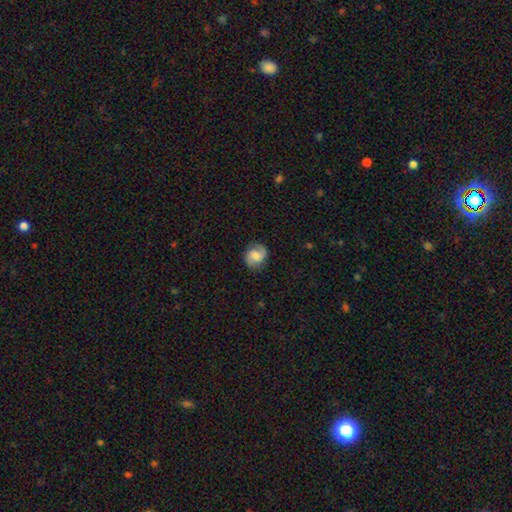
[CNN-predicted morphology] smooth_or_featured: featured or disk (p=0.54) [alt: smooth p=0.38]
disk_edge_on: no (p=0.98) [alt: yes p=0.02]
bar: no (p=0.46) [alt: weak p=0.44]
has_spiral_arms: yes (p=0.92) [alt: no p=0.08]
bulge_size: moderate (p=0.42) [alt: small p=0.27]
merging: none (p=0.80) [alt: minor disturbance p=0.14]